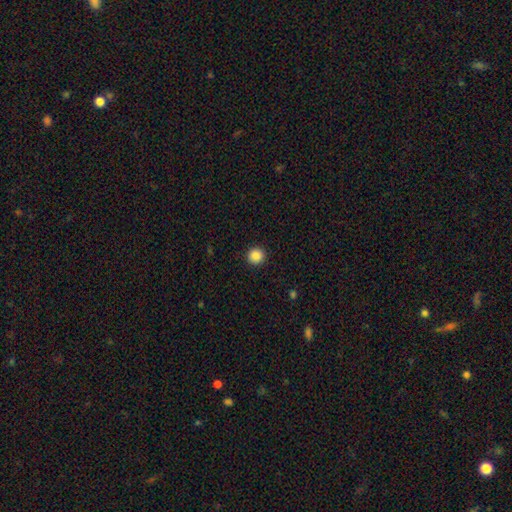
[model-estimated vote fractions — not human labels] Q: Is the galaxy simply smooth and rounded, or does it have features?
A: smooth — 88%.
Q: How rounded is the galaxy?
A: round — 92%.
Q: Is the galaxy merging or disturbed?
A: none — 93%.